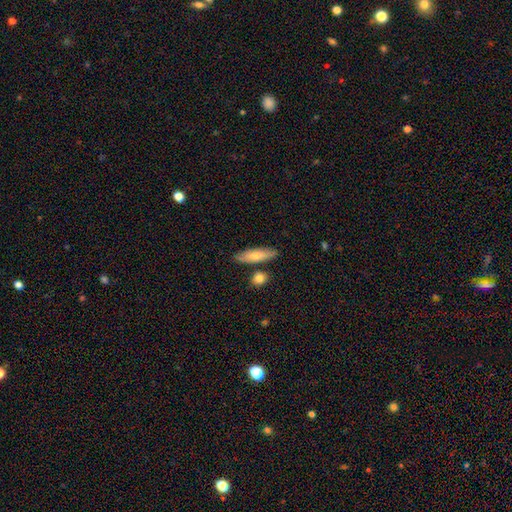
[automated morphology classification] Overall: smooth (69%). How rounded: cigar-shaped (62%; in between 35%). Merging: none (79%).